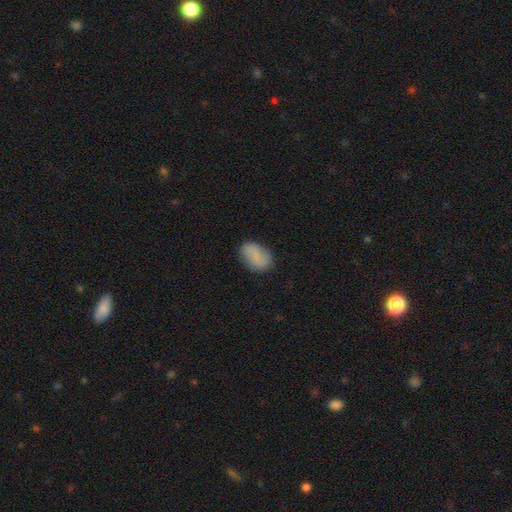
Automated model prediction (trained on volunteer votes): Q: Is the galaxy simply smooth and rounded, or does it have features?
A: smooth — 69%.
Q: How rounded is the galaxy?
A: in between — 85%.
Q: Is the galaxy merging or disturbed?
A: none — 79%.